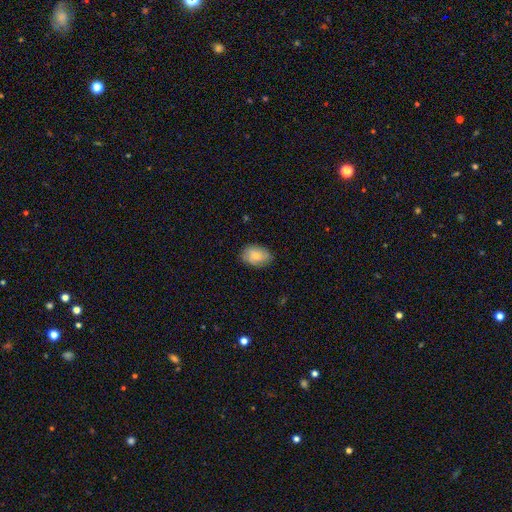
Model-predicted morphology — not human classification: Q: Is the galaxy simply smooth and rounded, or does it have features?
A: smooth — 77%.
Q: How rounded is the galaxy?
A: in between — 82%.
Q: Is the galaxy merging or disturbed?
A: none — 80%.